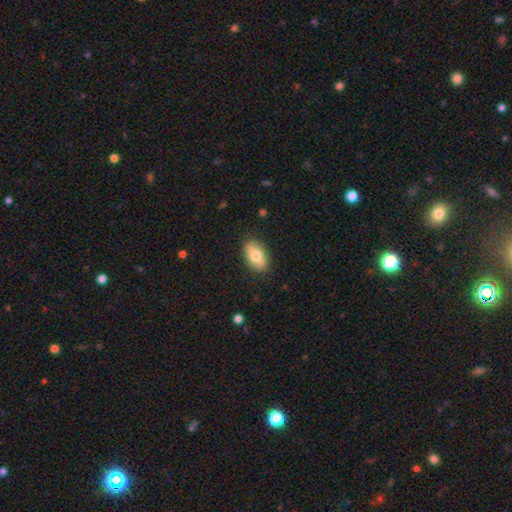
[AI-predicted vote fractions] Q: Smooth or featured?
A: smooth (74%); runner-up: featured or disk (19%)
Q: How rounded?
A: in between (89%); runner-up: round (6%)
Q: Merging?
A: none (85%); runner-up: minor disturbance (12%)